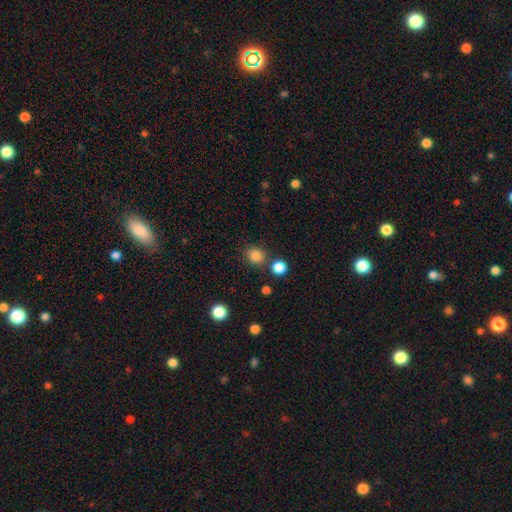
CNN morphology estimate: smooth_or_featured: smooth (p=0.83) [alt: star or artifact p=0.12]
how_rounded: round (p=0.84) [alt: in between p=0.15]
merging: none (p=0.79) [alt: merger p=0.09]